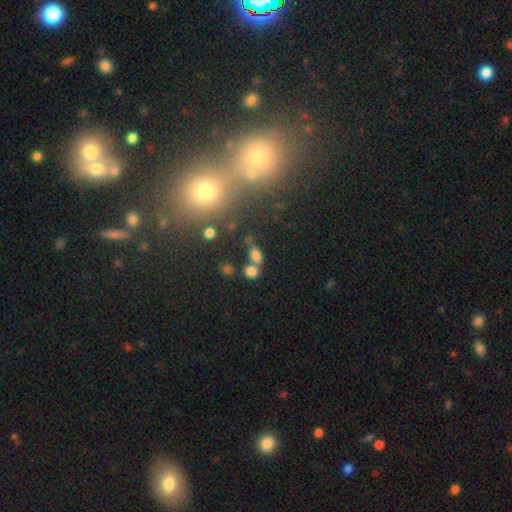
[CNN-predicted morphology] smooth-or-featured: smooth: 74% | star or artifact: 16% | featured or disk: 10%
  how-rounded: in between: 73% | round: 23% | cigar-shaped: 4%
  merging: none: 46% | merger: 35% | minor disturbance: 12% | major disturbance: 6%